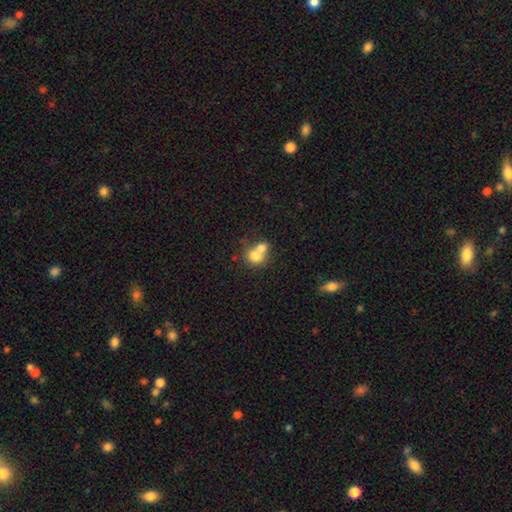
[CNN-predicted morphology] Overall: smooth (73%). How rounded: round (72%). Merging: merger (63%; none 28%).